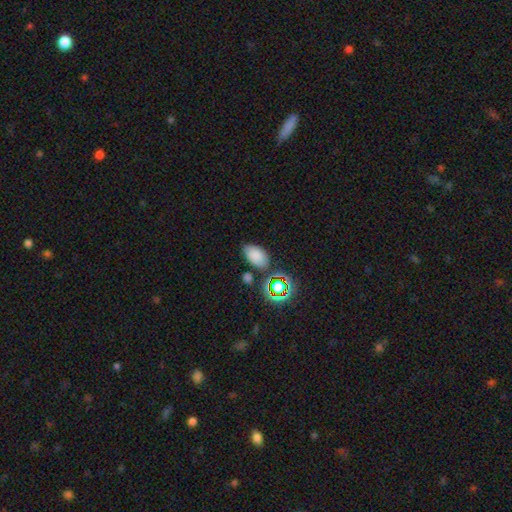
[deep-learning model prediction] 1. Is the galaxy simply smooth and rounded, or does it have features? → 73% smooth, 18% star or artifact, 9% featured or disk.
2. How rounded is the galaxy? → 90% in between, 8% round, 2% cigar-shaped.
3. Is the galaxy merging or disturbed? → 71% none, 17% minor disturbance, 7% merger, 4% major disturbance.